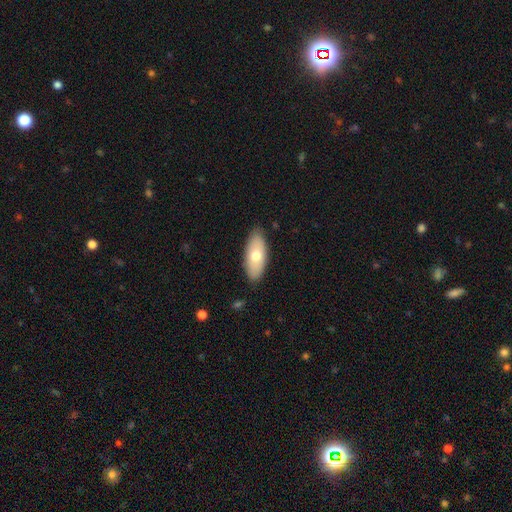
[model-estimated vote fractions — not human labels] Overall: smooth (68%). How rounded: in between (87%). Merging: none (85%).